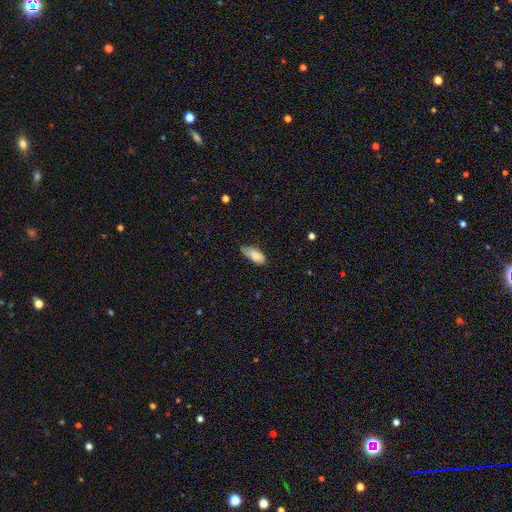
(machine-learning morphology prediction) Smooth or featured? Predicted: smooth (p=0.82). How rounded? Predicted: in between (p=0.85). Merging? Predicted: none (p=0.43, tied with minor disturbance).